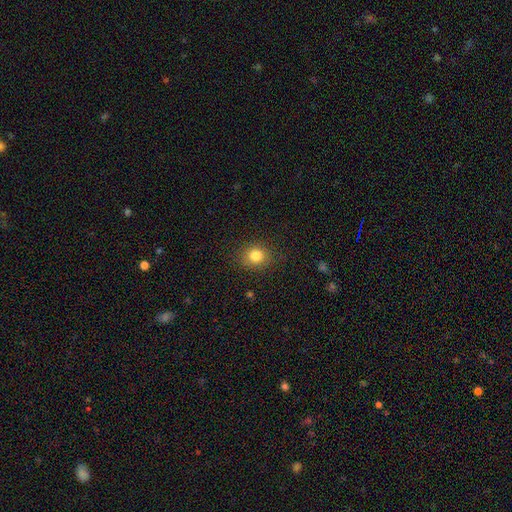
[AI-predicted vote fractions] smooth 82%, star or artifact 12%, featured or disk 7%. Down the decision tree: how rounded — round (71%); merging — none (87%).